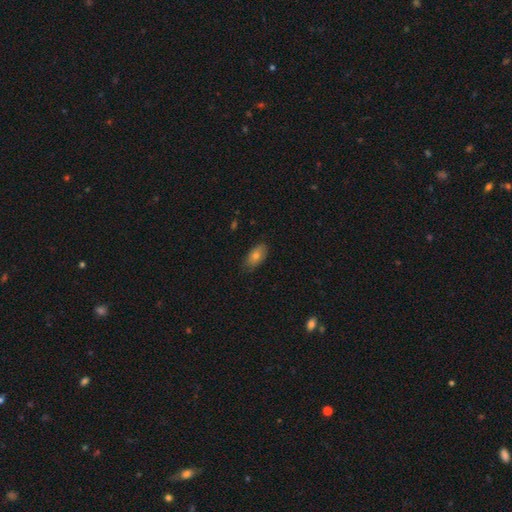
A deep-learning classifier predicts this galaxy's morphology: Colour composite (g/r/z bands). It shows a smooth galaxy with no disk features (74%) that is in between round and cigar-shaped (91%). Merging: none (84%).